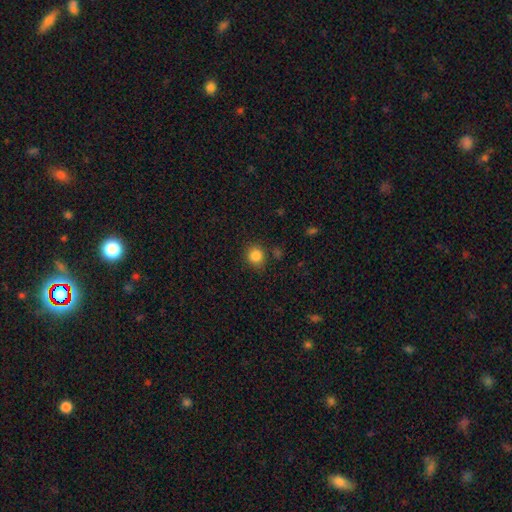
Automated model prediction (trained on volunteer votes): smooth_or_featured: smooth (p=0.85) [alt: star or artifact p=0.11]
how_rounded: round (p=0.85) [alt: in between p=0.14]
merging: none (p=0.81) [alt: minor disturbance p=0.12]